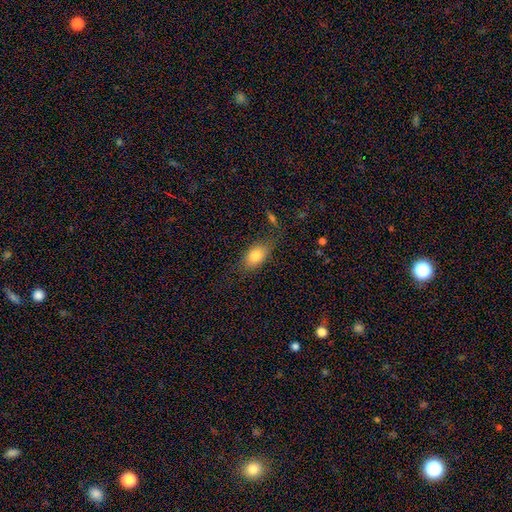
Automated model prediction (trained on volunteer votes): Overall: smooth (80%). How rounded: in between (85%). Merging: none (72%).